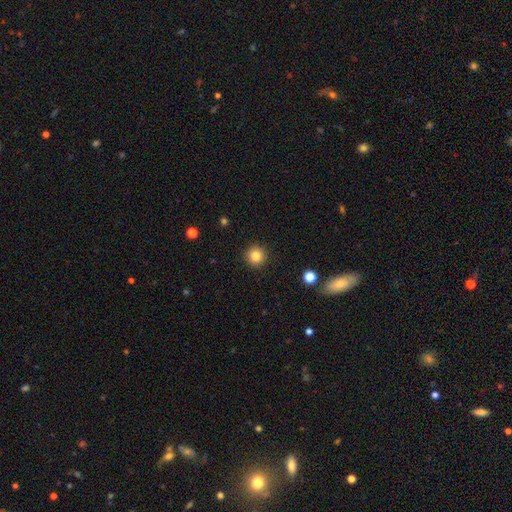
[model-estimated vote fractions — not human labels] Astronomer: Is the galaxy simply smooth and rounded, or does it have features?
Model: smooth — 84%.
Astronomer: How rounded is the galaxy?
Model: round — 95%.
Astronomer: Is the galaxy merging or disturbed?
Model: none — 92%.